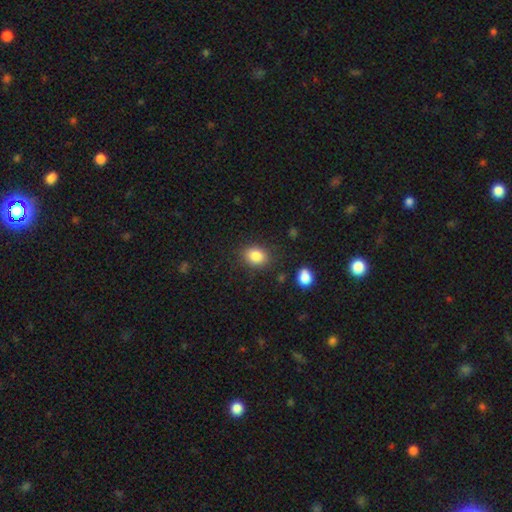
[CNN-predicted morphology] Smooth or featured?
  - smooth: 85% *
  - star or artifact: 9%
  - featured or disk: 5%
How rounded?
  - in between: 55% *
  - round: 44%
  - cigar-shaped: 1%
Merging?
  - none: 83% *
  - minor disturbance: 11%
  - major disturbance: 4%
  - merger: 2%